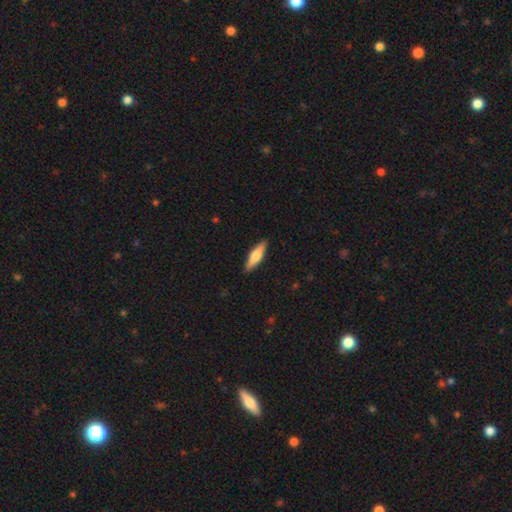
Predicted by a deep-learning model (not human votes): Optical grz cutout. It shows a smooth galaxy with no disk features (52%) that is cigar-shaped (66%). Merging: none (90%).